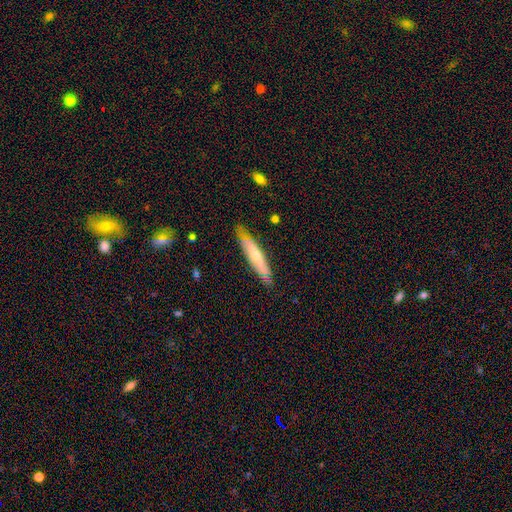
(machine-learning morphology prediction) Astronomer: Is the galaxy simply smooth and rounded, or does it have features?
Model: featured or disk — 53% (runner-up: smooth, 41%).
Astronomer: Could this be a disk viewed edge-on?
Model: yes — 69%.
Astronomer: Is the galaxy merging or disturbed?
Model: none — 81%.